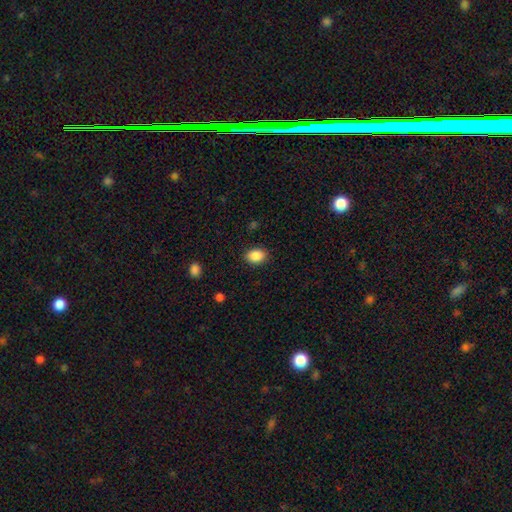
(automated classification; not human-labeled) Morphology: type=smooth (88%); roundness=in between (70%); merging=none (88%).